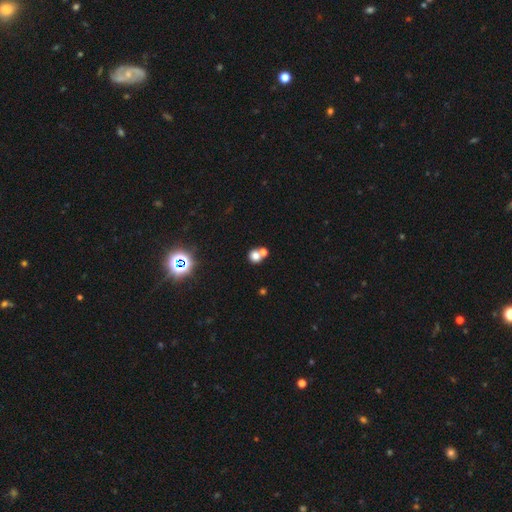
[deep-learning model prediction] smooth 72%, star or artifact 17%, featured or disk 11%. Down the decision tree: how rounded — round (81%); merging — merger (45%, tied with none).